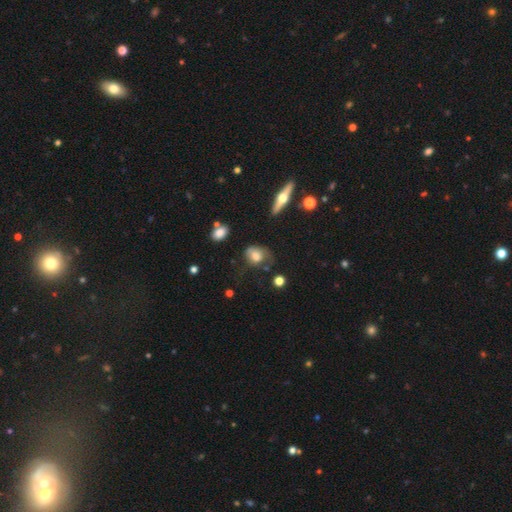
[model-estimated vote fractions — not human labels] smooth-or-featured: smooth: 65% | featured or disk: 25% | star or artifact: 10%
  how-rounded: in between: 57% | round: 41% | cigar-shaped: 2%
  merging: none: 37% | minor disturbance: 33% | major disturbance: 26% | merger: 4%